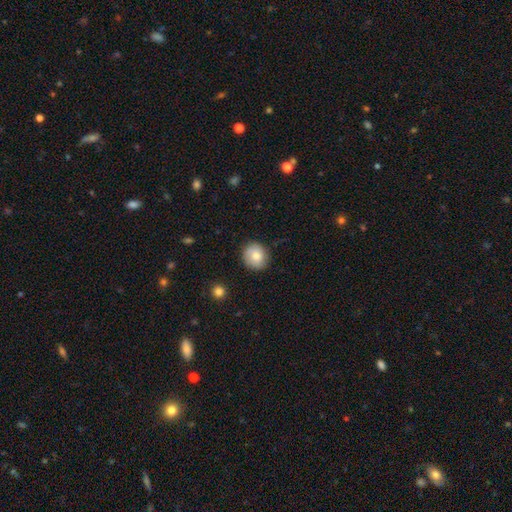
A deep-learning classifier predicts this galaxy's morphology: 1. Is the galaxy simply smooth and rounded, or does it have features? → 80% smooth, 12% featured or disk, 8% star or artifact.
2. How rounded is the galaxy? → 82% round, 17% in between, 1% cigar-shaped.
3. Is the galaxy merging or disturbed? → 85% none, 12% minor disturbance, 3% major disturbance, 1% merger.